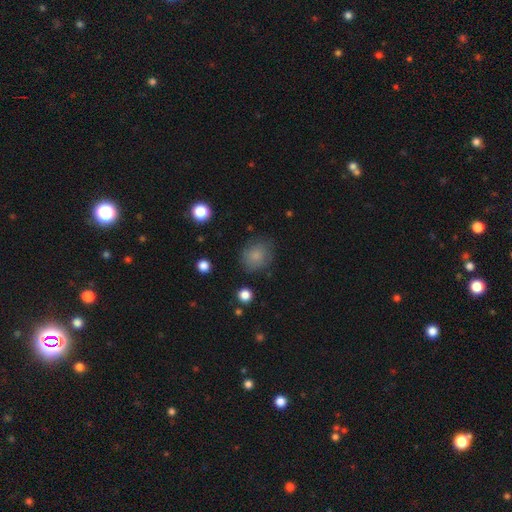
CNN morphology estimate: Smooth or featured? smooth (81%)
How rounded? round (71%)
Merging? none (75%)